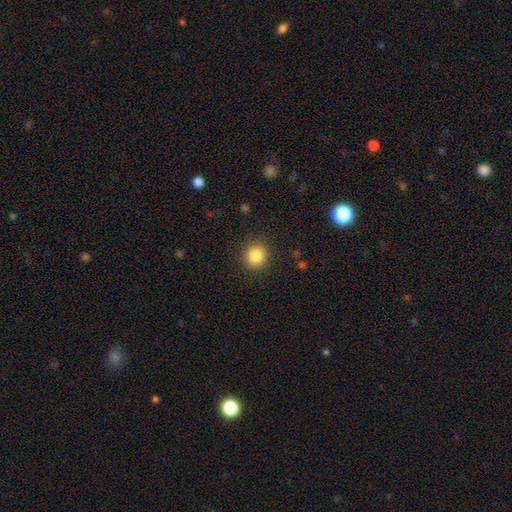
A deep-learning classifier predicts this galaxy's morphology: This appears to be a smooth galaxy with no disk features (86%) that is round (92%). Merging: none (90%).